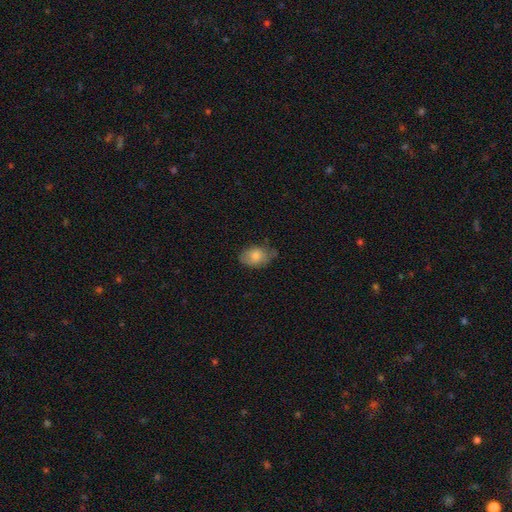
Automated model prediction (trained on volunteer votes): This is likely a smooth galaxy (77%). How rounded: clearly in between (82%). Merging: possibly none (59%).